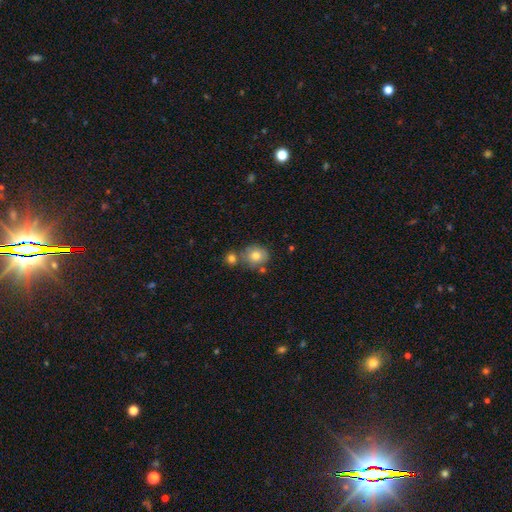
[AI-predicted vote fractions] Smooth or featured? Predicted: smooth (p=0.78). How rounded? Predicted: round (p=0.78). Merging? Predicted: none (p=0.61).